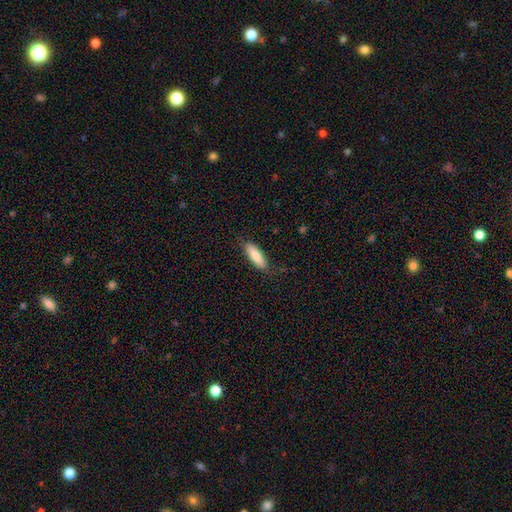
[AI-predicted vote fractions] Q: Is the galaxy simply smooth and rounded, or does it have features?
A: smooth — 82%.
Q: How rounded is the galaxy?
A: cigar-shaped — 52%.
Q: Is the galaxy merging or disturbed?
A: none — 84%.